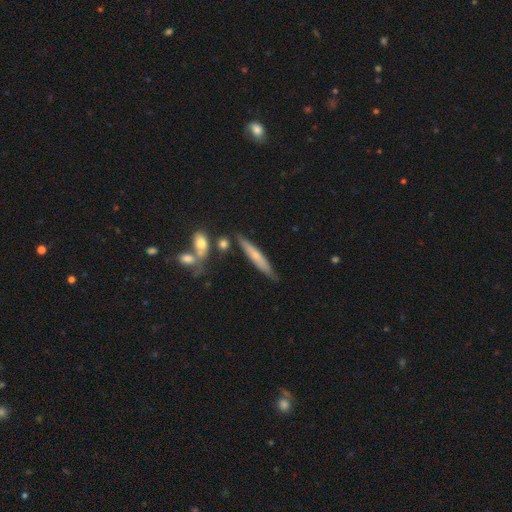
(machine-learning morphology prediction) This appears to be a smooth galaxy with no disk features (50%) that is cigar-shaped (91%). Merging: none (76%).